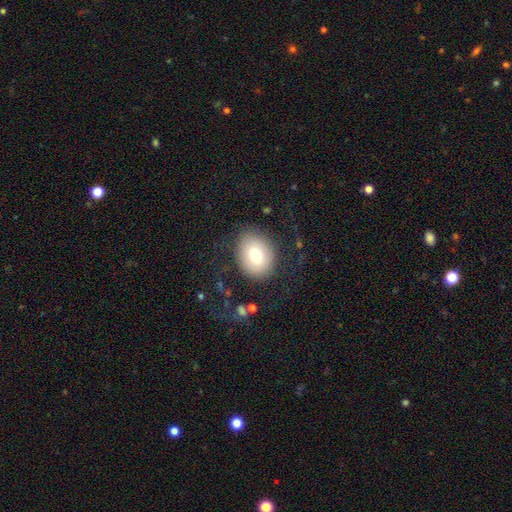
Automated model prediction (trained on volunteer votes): A smooth galaxy with no disk features (74%) that is round (51%).

Vote fractions:
- Smooth or featured? smooth: 74% / featured or disk: 16% / star or artifact: 9%
- How rounded? round: 51% / in between: 48% / cigar-shaped: 1%
- Merging? none: 80% / minor disturbance: 12% / major disturbance: 7% / merger: 1%